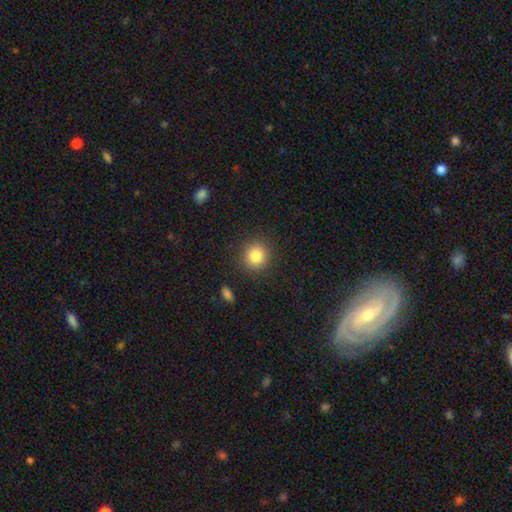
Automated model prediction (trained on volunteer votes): This appears to be a smooth galaxy with no disk features (83%) that is round (90%). Merging: none (89%).